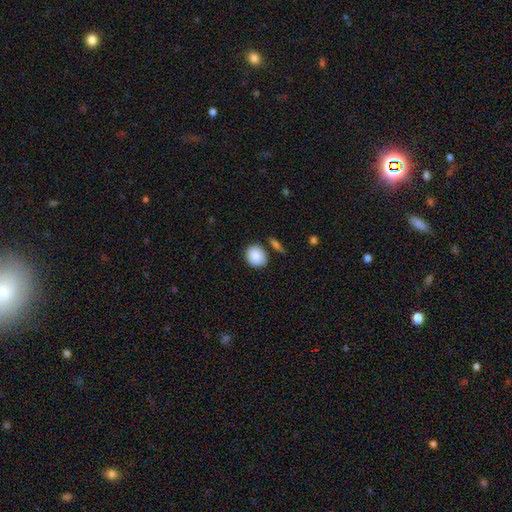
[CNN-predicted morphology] Smooth or featured? smooth (89%)
How rounded? round (77%)
Merging? none (75%)